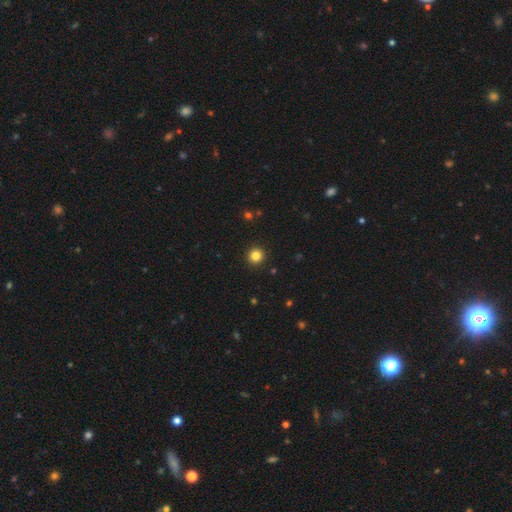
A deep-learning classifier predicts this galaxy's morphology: smooth_or_featured: smooth (p=0.83) [alt: star or artifact p=0.13]
how_rounded: round (p=0.95) [alt: in between p=0.04]
merging: none (p=0.93) [alt: minor disturbance p=0.04]